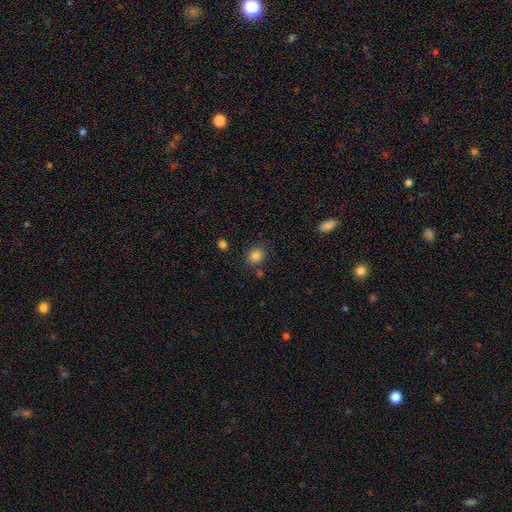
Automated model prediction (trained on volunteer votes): Morphology: type=smooth (84%); roundness=round (67%); merging=none (82%).